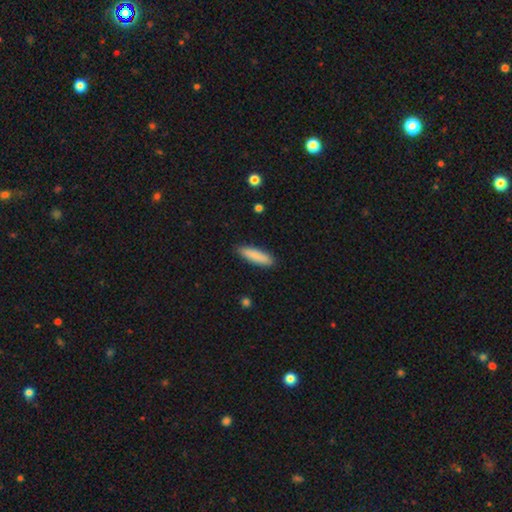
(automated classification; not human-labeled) Smooth or featured?
  - smooth: 88% *
  - featured or disk: 7%
  - star or artifact: 6%
How rounded?
  - cigar-shaped: 68% *
  - in between: 30%
  - round: 1%
Merging?
  - none: 89% *
  - minor disturbance: 8%
  - major disturbance: 2%
  - merger: 1%